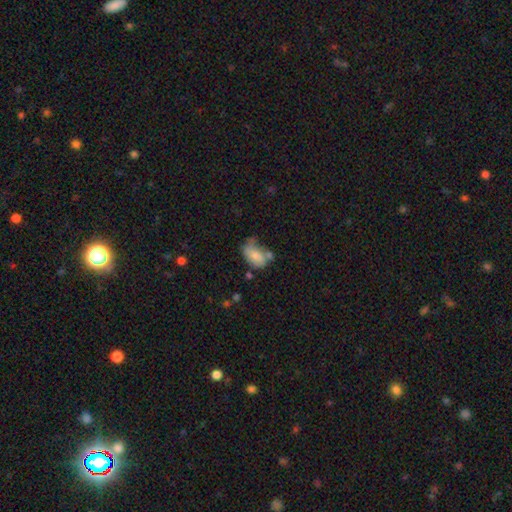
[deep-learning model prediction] Smooth or featured?
  - smooth: 69% *
  - featured or disk: 22%
  - star or artifact: 8%
How rounded?
  - in between: 88% *
  - round: 11%
  - cigar-shaped: 2%
Merging?
  - none: 33% *
  - minor disturbance: 30%
  - merger: 19%
  - major disturbance: 18%